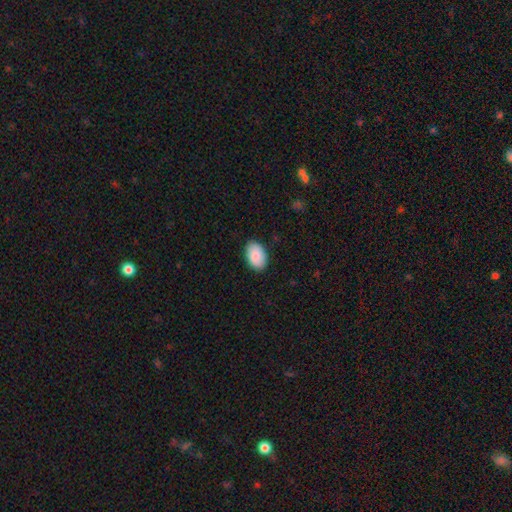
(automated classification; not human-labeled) Smooth or featured? Predicted: smooth (p=0.89). How rounded? Predicted: in between (p=0.92). Merging? Predicted: none (p=0.88).